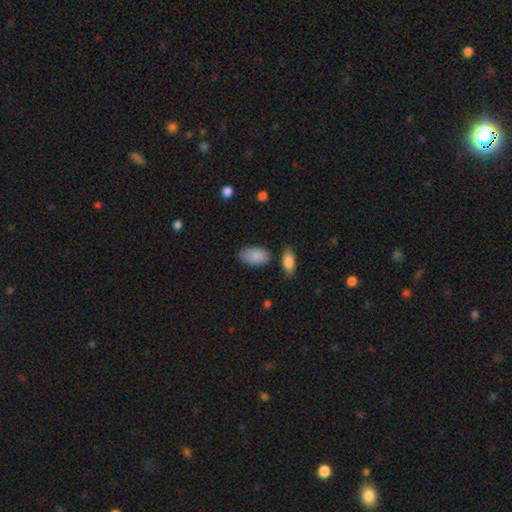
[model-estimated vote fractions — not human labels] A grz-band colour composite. It shows a smooth galaxy with no disk features (89%) that is in between round and cigar-shaped (94%). Merging: none (73%).